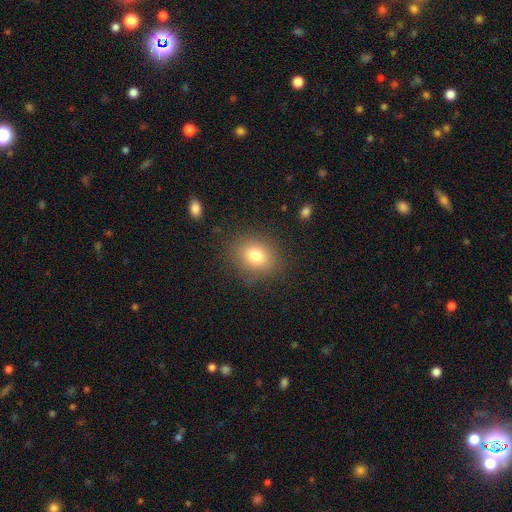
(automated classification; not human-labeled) This is likely a smooth galaxy (78%). How rounded: likely round (62%). Merging: clearly none (84%).